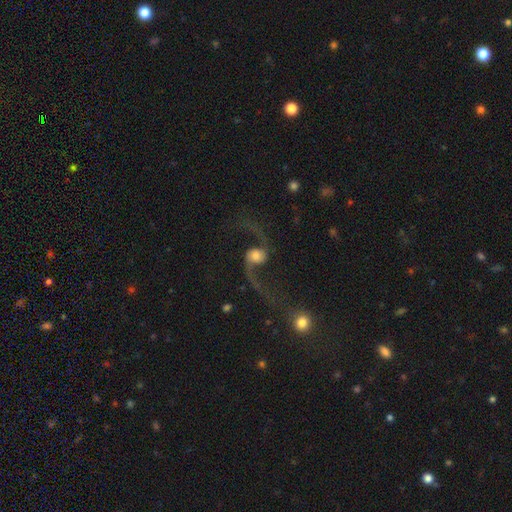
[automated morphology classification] This is clearly a featured or disk galaxy (88%). It is clearly not viewed edge-on (97%). Bar: likely no (62%). Spiral arm pattern: clearly yes (97%). Spiral arm count: clearly 2 (94%). Spiral winding: clearly loose (92%). Central bulge: marginally moderate (36%). Merging: likely none (65%).